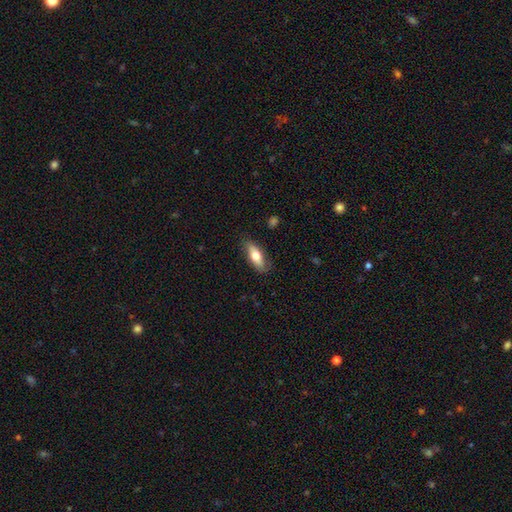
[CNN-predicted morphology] Smooth or featured: smooth — 68% (featured or disk — 26%)
How rounded: in between — 69% (cigar-shaped — 28%)
Merging: none — 80% (minor disturbance — 15%)